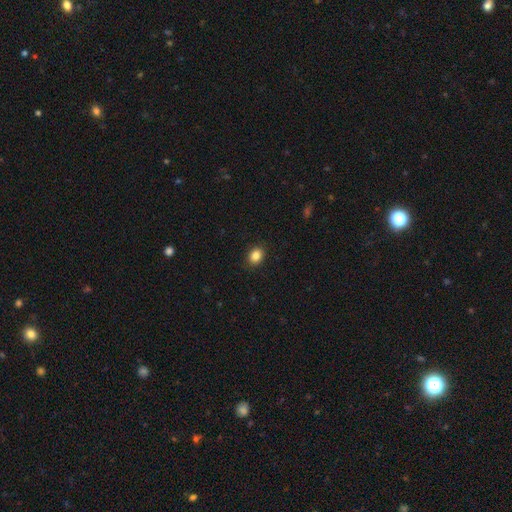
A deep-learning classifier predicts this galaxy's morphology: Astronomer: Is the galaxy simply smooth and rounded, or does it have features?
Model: smooth — 85%.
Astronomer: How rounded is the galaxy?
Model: round — 53% (runner-up: in between, 47%).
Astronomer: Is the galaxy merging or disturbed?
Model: none — 90%.